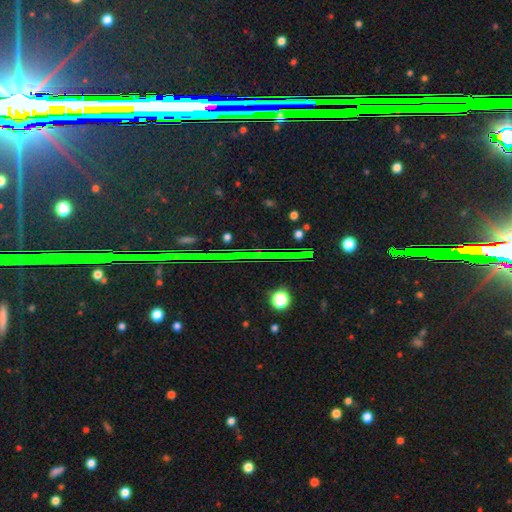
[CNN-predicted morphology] Smooth or featured? Predicted: star or artifact (p=0.85).